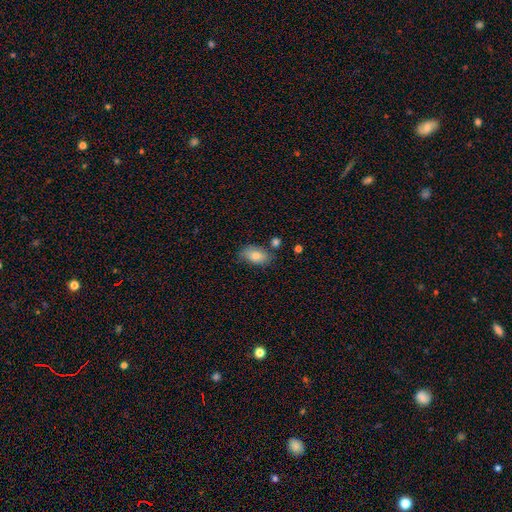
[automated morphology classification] type=smooth (80%); roundness=in between (91%); merging=none (70%).